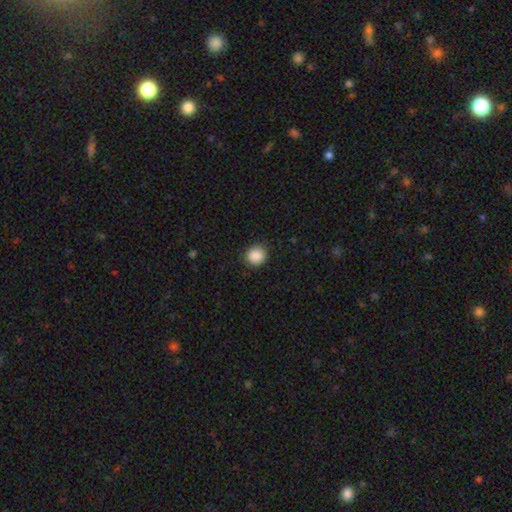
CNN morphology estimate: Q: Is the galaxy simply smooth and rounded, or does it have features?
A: smooth — 88%.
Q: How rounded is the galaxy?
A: round — 86%.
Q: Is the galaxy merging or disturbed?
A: none — 88%.